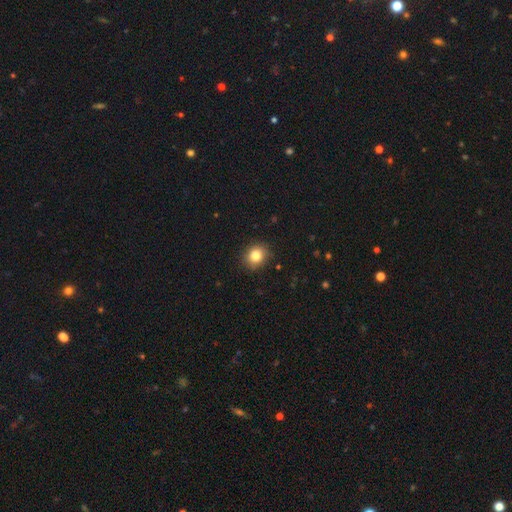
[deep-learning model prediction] A smooth galaxy with no disk features (82%) that is round (78%). Merging: none (88%).